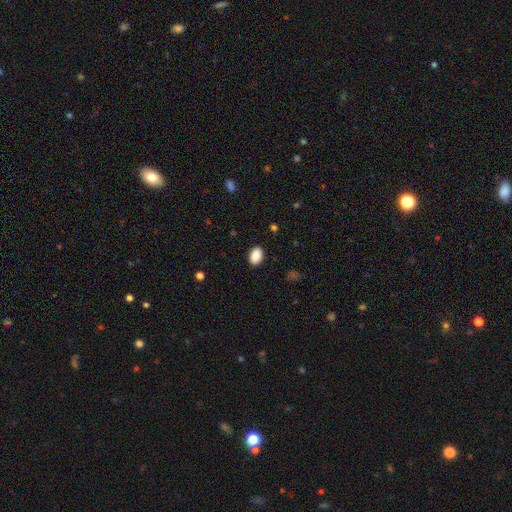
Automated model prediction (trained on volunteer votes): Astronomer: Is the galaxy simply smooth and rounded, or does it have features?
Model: smooth — 90%.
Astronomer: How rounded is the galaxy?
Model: in between — 86%.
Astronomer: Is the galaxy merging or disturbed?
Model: none — 89%.